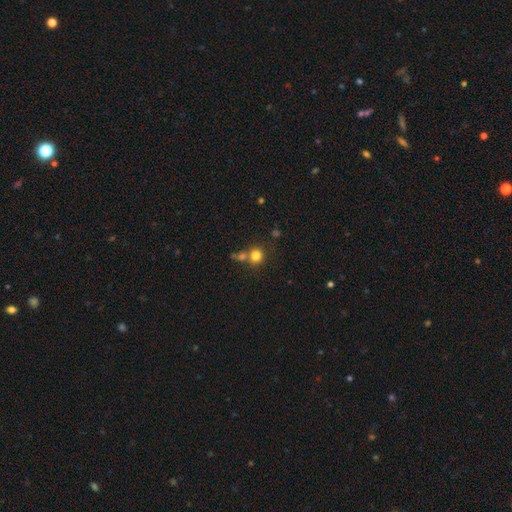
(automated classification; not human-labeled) Smooth or featured?
  - smooth: 79% *
  - star or artifact: 13%
  - featured or disk: 8%
How rounded?
  - round: 89% *
  - in between: 10%
  - cigar-shaped: 1%
Merging?
  - none: 59% *
  - merger: 28%
  - minor disturbance: 9%
  - major disturbance: 4%